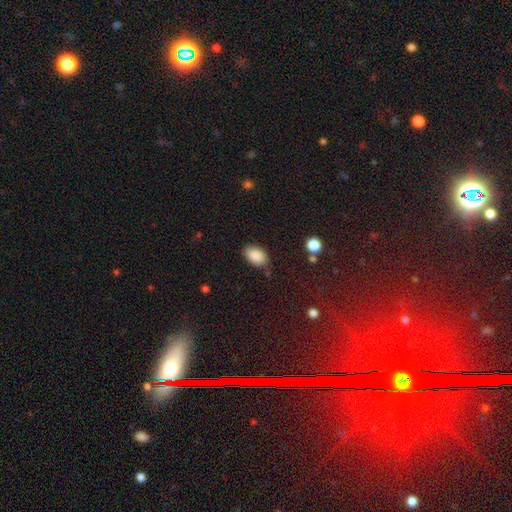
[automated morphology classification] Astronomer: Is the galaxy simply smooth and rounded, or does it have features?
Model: smooth — 88%.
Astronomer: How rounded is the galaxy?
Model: in between — 90%.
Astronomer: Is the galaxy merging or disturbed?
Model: none — 79%.